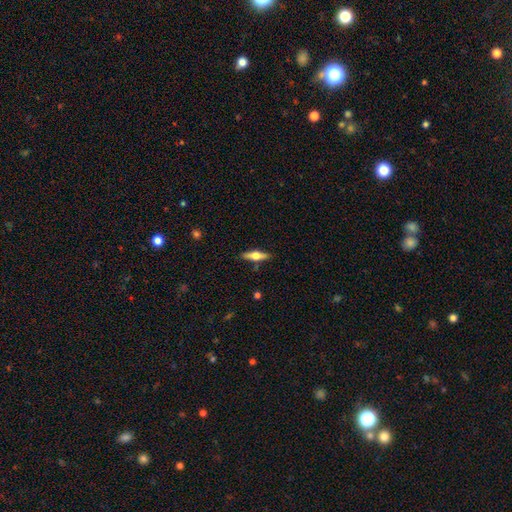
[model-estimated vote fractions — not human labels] Morphology: type=featured or disk (52%); edge-on=yes (93%); merging=none (87%).